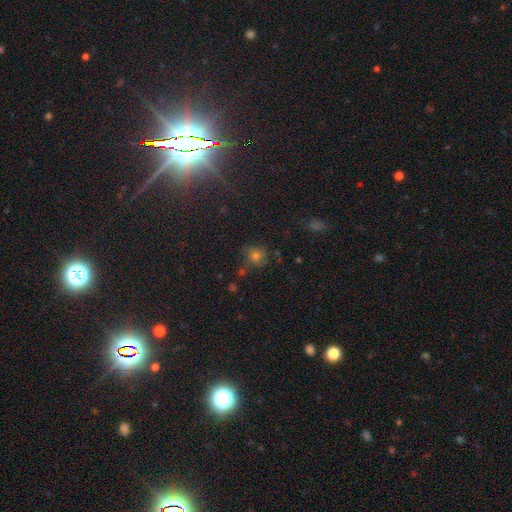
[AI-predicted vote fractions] Smooth or featured? Predicted: smooth (p=0.58). How rounded? Predicted: round (p=0.84). Merging? Predicted: none (p=0.66).